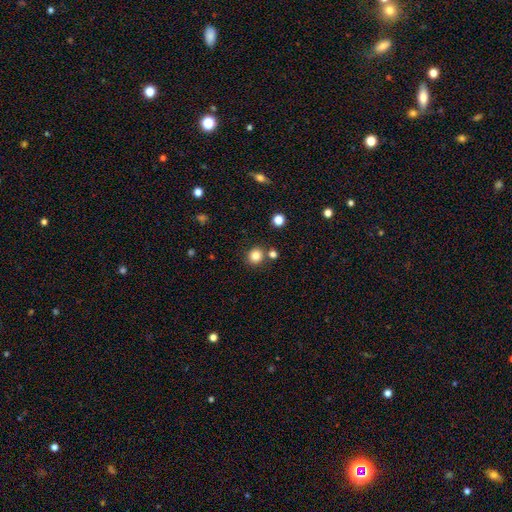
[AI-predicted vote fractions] A smooth galaxy with no disk features (82%) that is round (91%). Merging: none (80%).